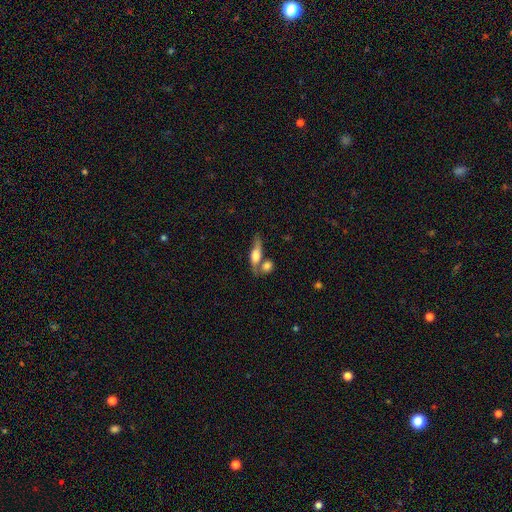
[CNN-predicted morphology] Overall: featured or disk (46%; smooth 45%). Merging: none (41%; merger 36%).